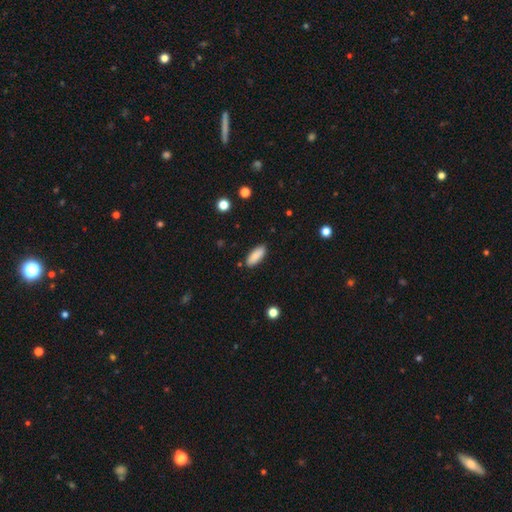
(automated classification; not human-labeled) This is clearly a smooth galaxy (88%). How rounded: likely in between (75%). Merging: clearly none (88%).